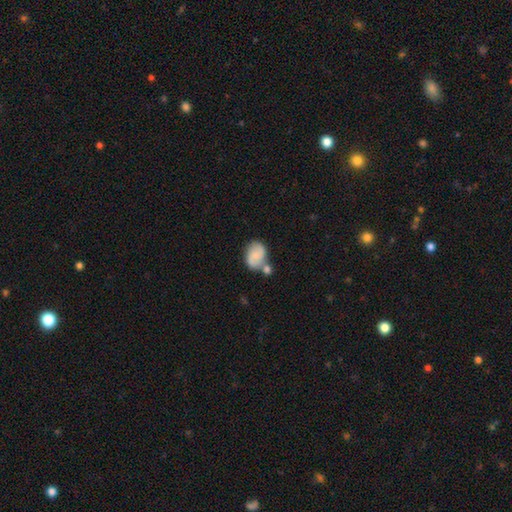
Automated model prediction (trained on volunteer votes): smooth 57%, featured or disk 35%, star or artifact 8%. Down the decision tree: how rounded — in between (71%); merging — none (44%).